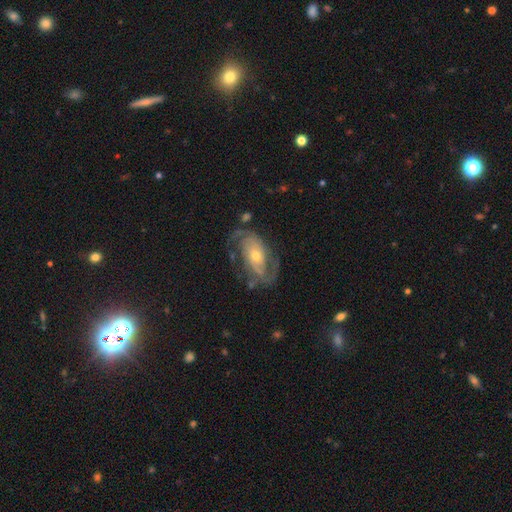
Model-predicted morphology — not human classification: The model was most divided on "bulge size": small: 49%, moderate: 45%, large: 3%, none: 1%, dominant: 1%. Remaining: edge-on disk — no (95%); spiral arms — yes (90%); smooth or featured — featured or disk (83%); spiral arm count — 2 (79%); merging — none (63%); bar — no (61%); spiral winding — medium (45%).